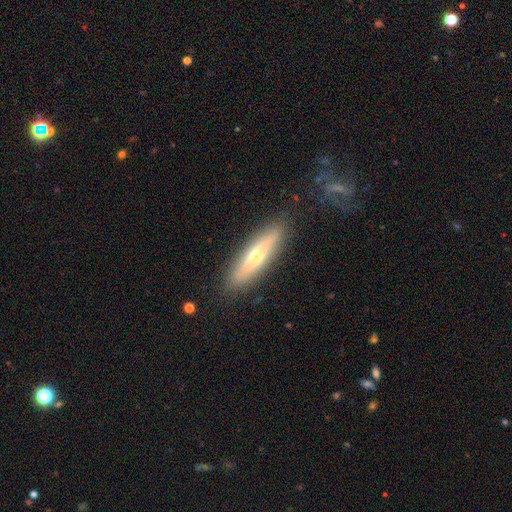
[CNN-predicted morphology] Smooth or featured: featured or disk — 50% (smooth — 43%)
Merging: none — 86% (minor disturbance — 10%)